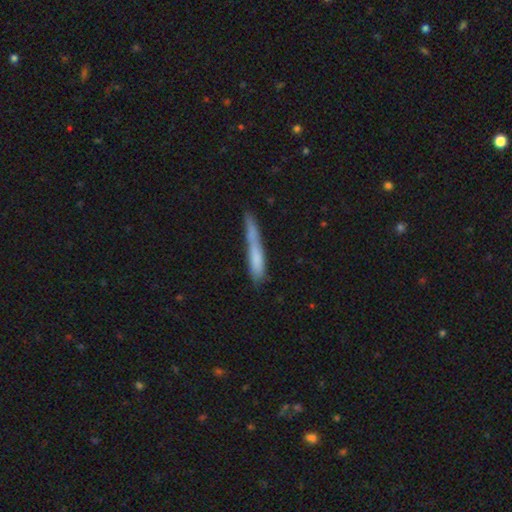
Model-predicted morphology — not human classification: smooth-or-featured: smooth: 68% | featured or disk: 24% | star or artifact: 8%
  how-rounded: cigar-shaped: 93% | in between: 5% | round: 1%
  merging: none: 56% | minor disturbance: 25% | merger: 10% | major disturbance: 9%